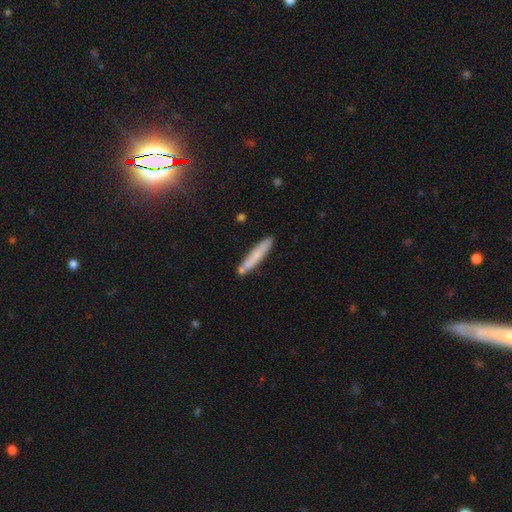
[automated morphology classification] Q: Smooth or featured?
A: smooth (70%); runner-up: featured or disk (24%)
Q: How rounded?
A: cigar-shaped (93%); runner-up: in between (6%)
Q: Merging?
A: none (78%); runner-up: minor disturbance (12%)